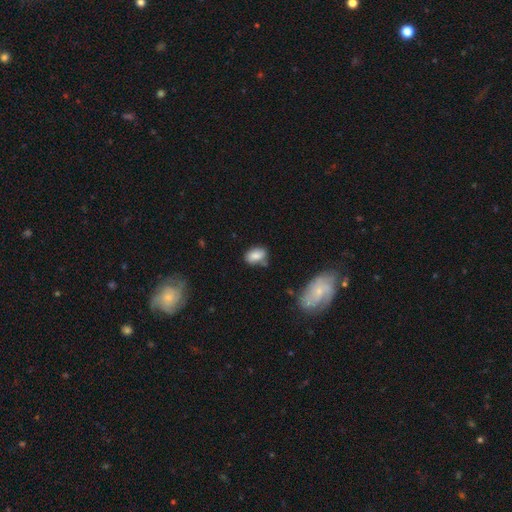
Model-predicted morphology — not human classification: The model was most divided on "merging": none: 62%, minor disturbance: 24%, merger: 9%, major disturbance: 5%. More confident: how rounded — in between (87%); smooth or featured — smooth (82%).